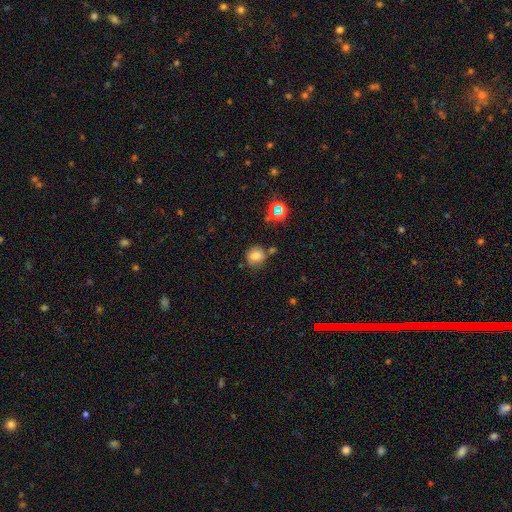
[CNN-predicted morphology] This is likely a smooth galaxy (77%). How rounded: clearly round (84%). Merging: likely none (72%).